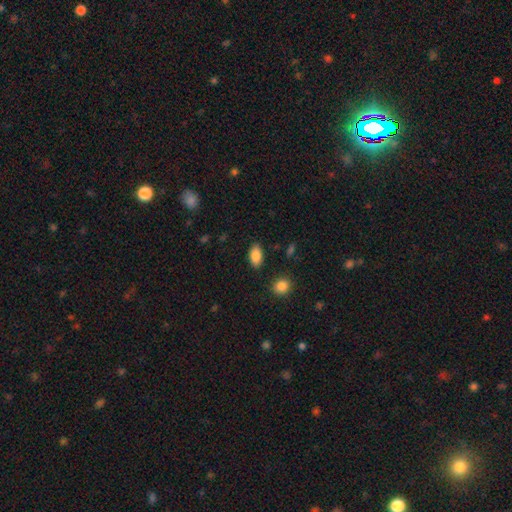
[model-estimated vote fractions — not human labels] Overall: smooth (87%). How rounded: in between (92%). Merging: none (86%).